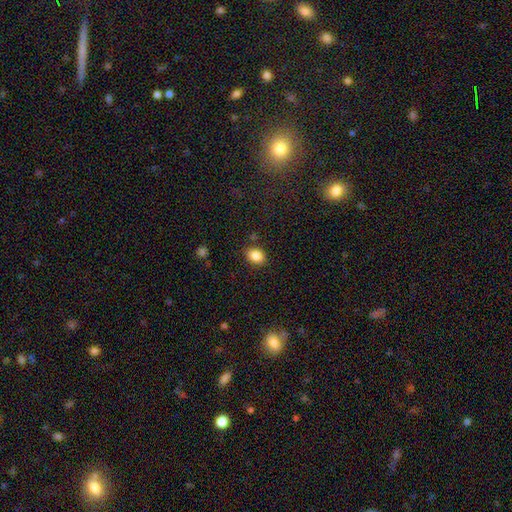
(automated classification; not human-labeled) This is clearly a smooth galaxy (86%). How rounded: likely in between (63%). Merging: clearly none (83%).